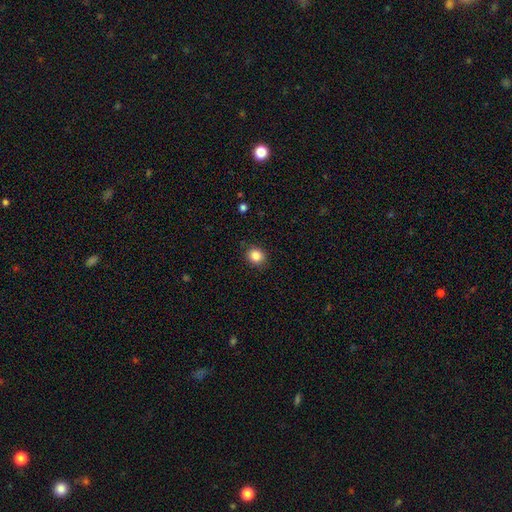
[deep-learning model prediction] smooth-or-featured: smooth: 86% | star or artifact: 10% | featured or disk: 4%
  how-rounded: round: 76% | in between: 23% | cigar-shaped: 1%
  merging: none: 88% | minor disturbance: 9% | major disturbance: 2% | merger: 1%